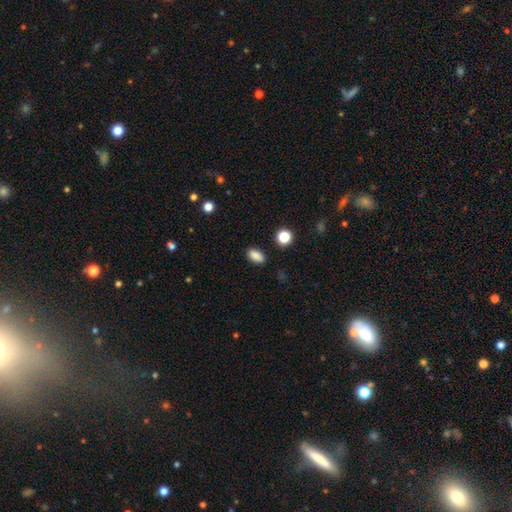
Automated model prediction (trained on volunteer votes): smooth 87%, star or artifact 10%, featured or disk 4%. Down the decision tree: how rounded — in between (88%); merging — none (88%).